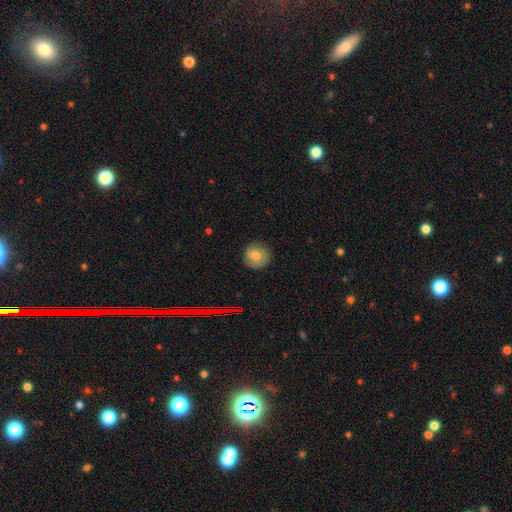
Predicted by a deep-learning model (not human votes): This is likely a smooth galaxy (73%). How rounded: clearly round (91%). Merging: clearly none (85%).